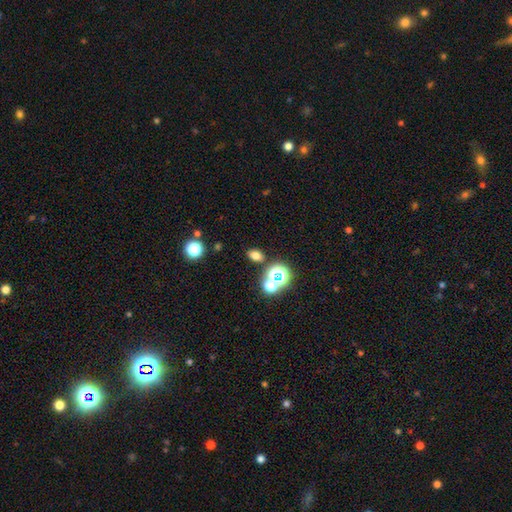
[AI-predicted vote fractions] This is likely a smooth galaxy (70%). How rounded: likely in between (73%). Merging: likely none (79%).